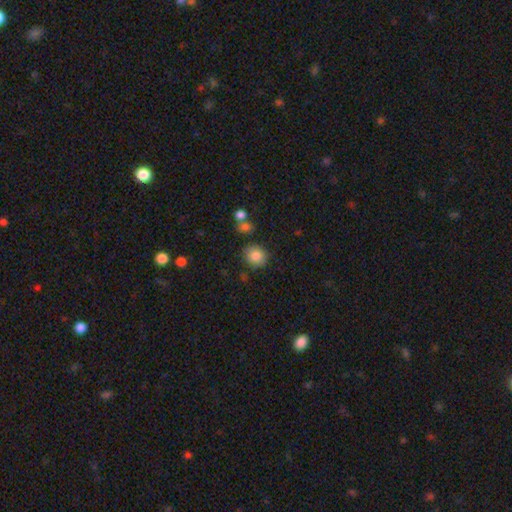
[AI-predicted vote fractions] Q: Smooth or featured?
A: smooth (83%); runner-up: star or artifact (9%)
Q: How rounded?
A: round (81%); runner-up: in between (18%)
Q: Merging?
A: none (82%); runner-up: minor disturbance (11%)